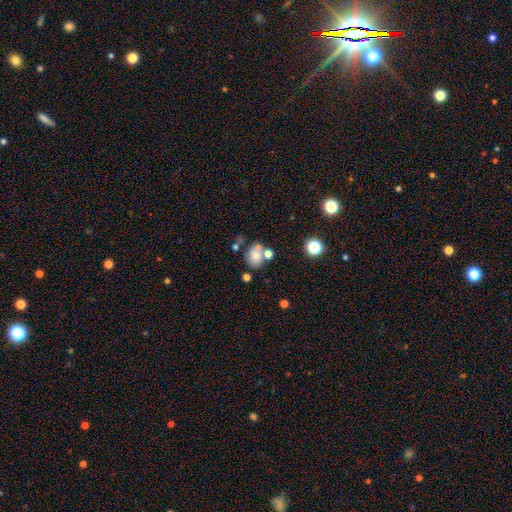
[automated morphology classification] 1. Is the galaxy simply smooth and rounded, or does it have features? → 72% smooth, 15% featured or disk, 13% star or artifact.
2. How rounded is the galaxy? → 63% round, 36% in between, 1% cigar-shaped.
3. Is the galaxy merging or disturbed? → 55% none, 26% merger, 13% minor disturbance, 5% major disturbance.